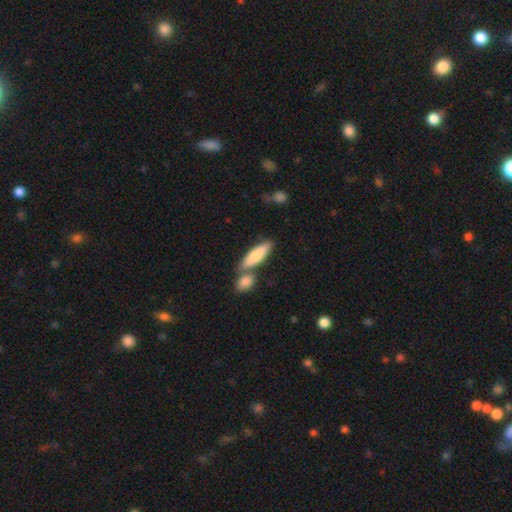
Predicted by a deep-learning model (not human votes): Smooth or featured?
  - smooth: 79% *
  - featured or disk: 16%
  - star or artifact: 5%
How rounded?
  - in between: 52% *
  - cigar-shaped: 45%
  - round: 3%
Merging?
  - none: 51% *
  - merger: 35%
  - minor disturbance: 11%
  - major disturbance: 3%